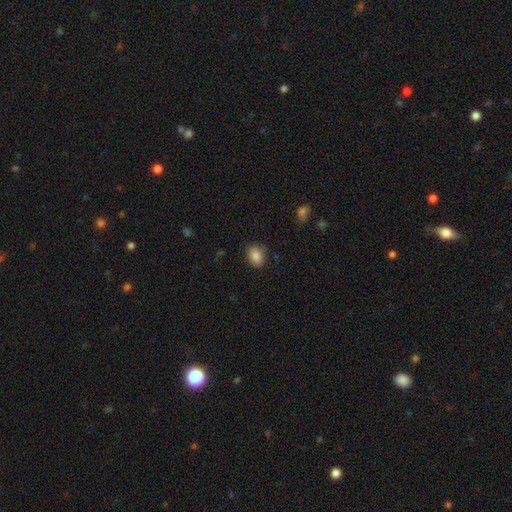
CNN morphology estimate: A smooth galaxy with no disk features (86%) that is in between round and cigar-shaped (62%).

Vote fractions:
- Smooth or featured? smooth: 86% / star or artifact: 9% / featured or disk: 5%
- How rounded? in between: 62% / round: 37% / cigar-shaped: 1%
- Merging? none: 85% / minor disturbance: 11% / major disturbance: 3% / merger: 1%